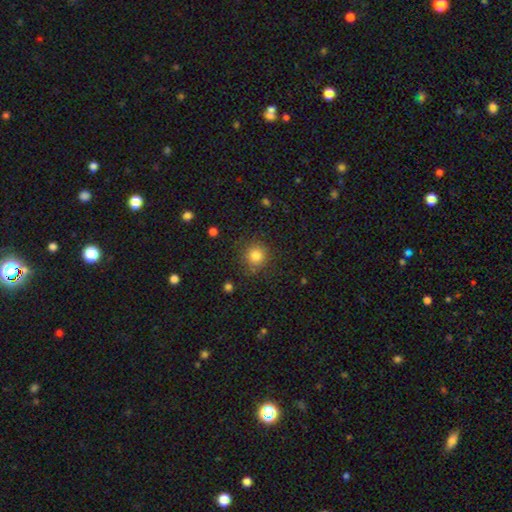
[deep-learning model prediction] Smooth or featured: smooth — 82% (star or artifact — 12%)
How rounded: round — 92% (in between — 7%)
Merging: none — 84% (minor disturbance — 10%)